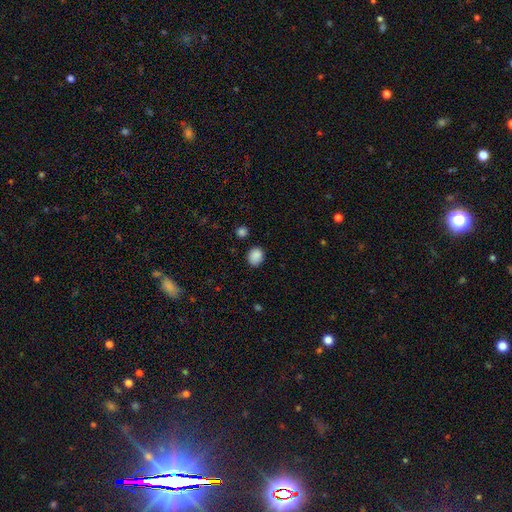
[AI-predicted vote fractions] smooth_or_featured: smooth (p=0.87) [alt: star or artifact p=0.10]
how_rounded: round (p=0.63) [alt: in between p=0.36]
merging: none (p=0.79) [alt: minor disturbance p=0.15]